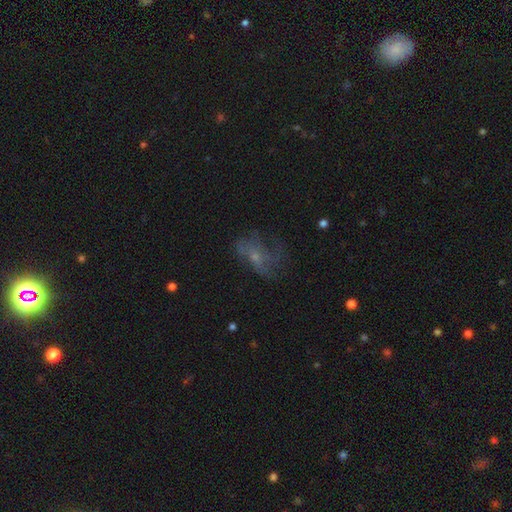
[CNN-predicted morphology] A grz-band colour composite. It shows a featured or disk galaxy (51%). Merging: none (47%).